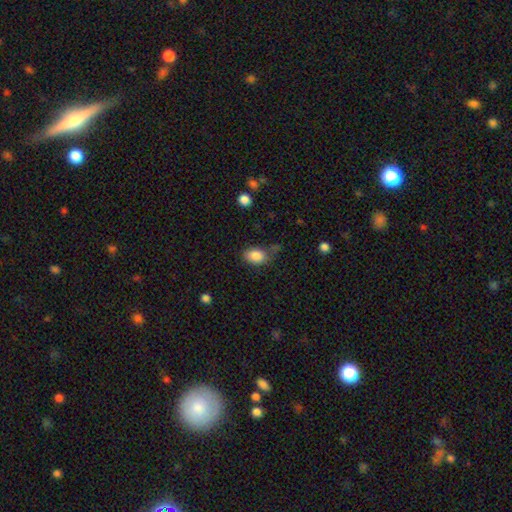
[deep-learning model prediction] The model was most divided on "merging": none: 68%, minor disturbance: 21%, major disturbance: 6%, merger: 5%. More confident: smooth or featured — smooth (87%); how rounded — in between (81%).